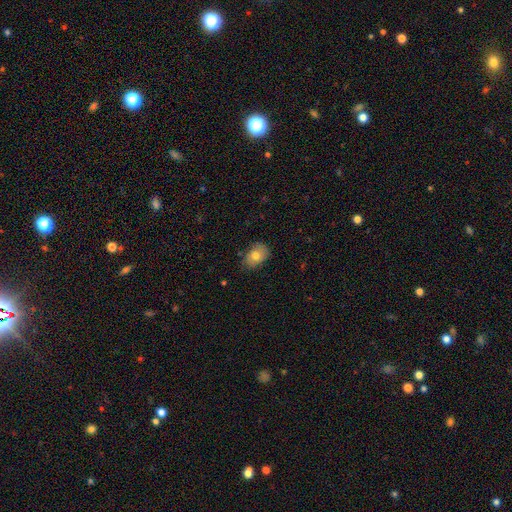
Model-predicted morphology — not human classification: This appears to be a smooth galaxy with no disk features (72%) that is in between round and cigar-shaped (74%). Merging: none (68%).